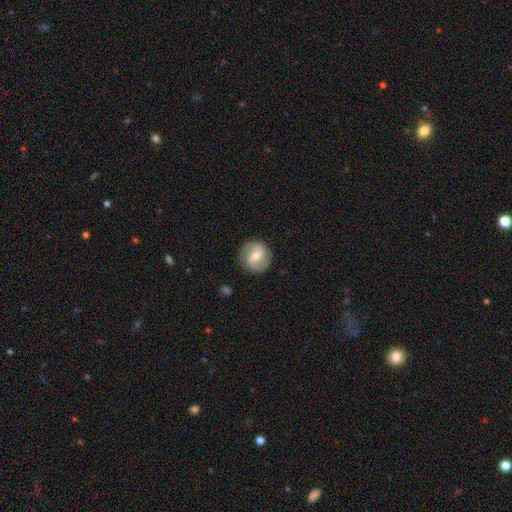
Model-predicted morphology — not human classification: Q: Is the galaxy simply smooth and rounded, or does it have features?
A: featured or disk — 74%.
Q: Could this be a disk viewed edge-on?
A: no — 98%.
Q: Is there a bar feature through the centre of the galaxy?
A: weak — 48%.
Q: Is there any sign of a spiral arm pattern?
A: yes — 92%.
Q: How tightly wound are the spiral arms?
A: medium — 48%.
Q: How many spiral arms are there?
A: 2 — 91%.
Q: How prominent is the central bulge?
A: moderate — 55%.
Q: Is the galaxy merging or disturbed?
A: none — 88%.